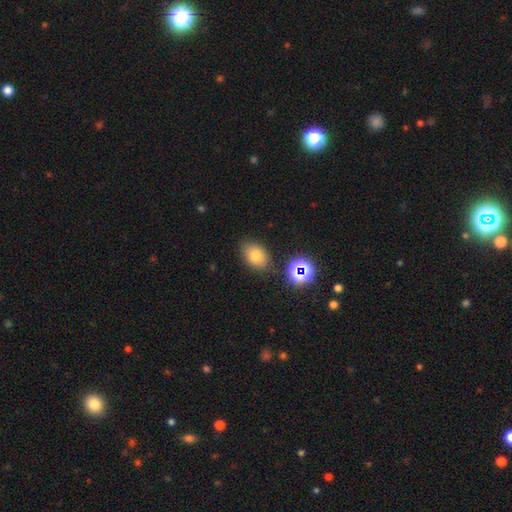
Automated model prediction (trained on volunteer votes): Q: Smooth or featured?
A: smooth (76%); runner-up: star or artifact (15%)
Q: How rounded?
A: in between (77%); runner-up: round (21%)
Q: Merging?
A: none (78%); runner-up: minor disturbance (14%)